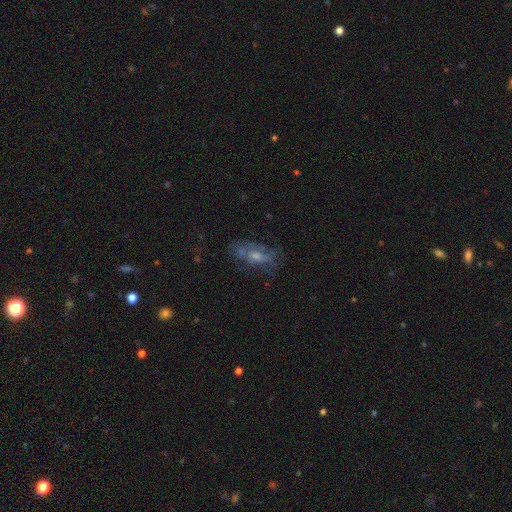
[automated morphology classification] Smooth or featured? Predicted: featured or disk (p=0.53). Edge-on disk? Predicted: no (p=0.82). Merging? Predicted: none (p=0.62).